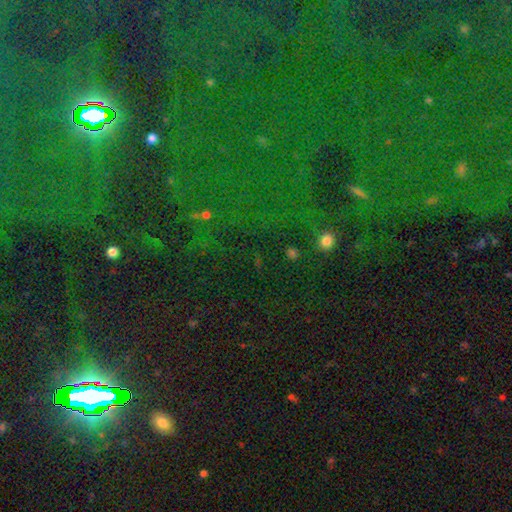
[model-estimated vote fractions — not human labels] Smooth or featured? star or artifact (83%)